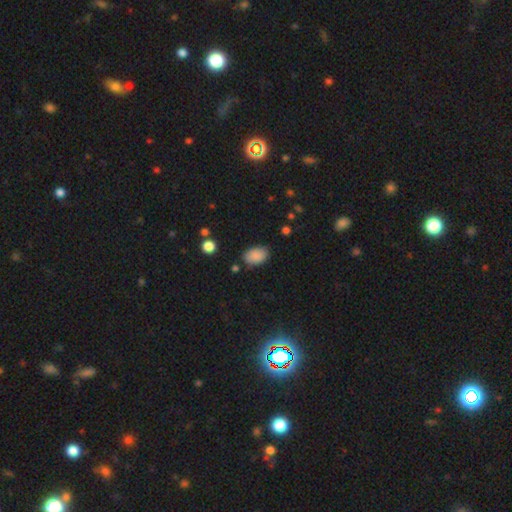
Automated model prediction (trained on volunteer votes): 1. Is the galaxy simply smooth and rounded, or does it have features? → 87% smooth, 8% star or artifact, 4% featured or disk.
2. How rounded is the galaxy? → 89% in between, 10% round, 1% cigar-shaped.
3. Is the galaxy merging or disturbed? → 79% none, 15% minor disturbance, 3% major disturbance, 2% merger.